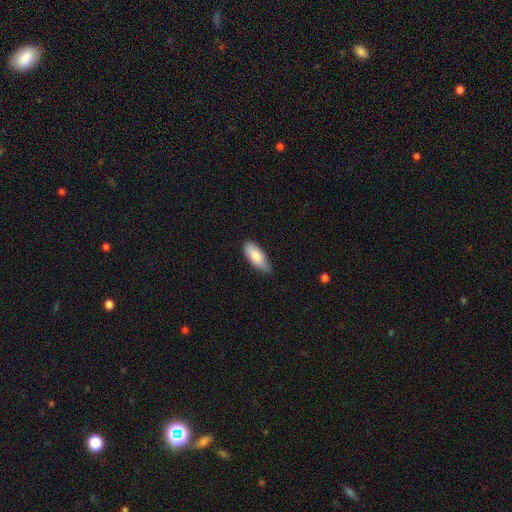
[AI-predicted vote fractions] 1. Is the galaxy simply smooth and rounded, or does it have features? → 85% smooth, 10% featured or disk, 5% star or artifact.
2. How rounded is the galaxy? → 86% in between, 12% cigar-shaped, 2% round.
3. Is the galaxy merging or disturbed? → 75% none, 21% minor disturbance, 3% major disturbance, 1% merger.